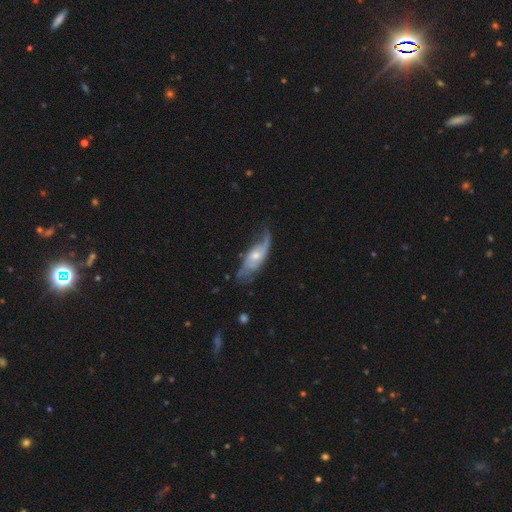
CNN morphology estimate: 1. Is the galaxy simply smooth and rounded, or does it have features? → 71% featured or disk, 23% smooth, 6% star or artifact.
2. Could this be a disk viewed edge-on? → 83% no, 17% yes.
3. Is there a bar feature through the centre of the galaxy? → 68% no, 27% weak, 5% strong.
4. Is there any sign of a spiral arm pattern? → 86% yes, 14% no.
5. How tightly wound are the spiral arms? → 49% loose, 34% medium, 16% tight.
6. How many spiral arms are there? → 62% 2, 19% can't tell, 11% 1, 4% 3, 2% 4, 2% more than 4.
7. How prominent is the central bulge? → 51% moderate, 41% small, 4% large, 3% none, 1% dominant.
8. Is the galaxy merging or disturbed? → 52% none, 28% minor disturbance, 18% major disturbance, 3% merger.